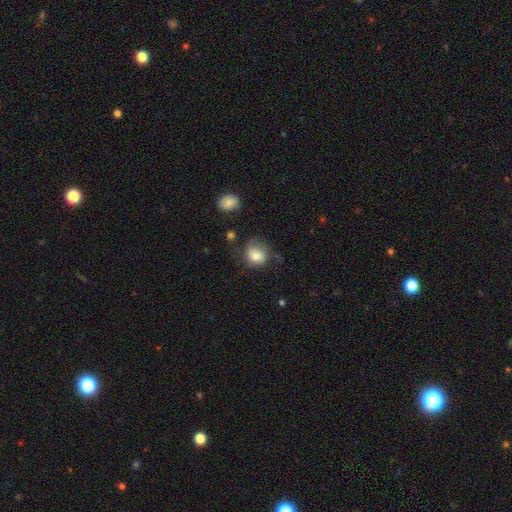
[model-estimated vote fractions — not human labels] Q: Smooth or featured?
A: smooth (74%); runner-up: featured or disk (17%)
Q: How rounded?
A: round (68%); runner-up: in between (32%)
Q: Merging?
A: none (54%); runner-up: minor disturbance (28%)